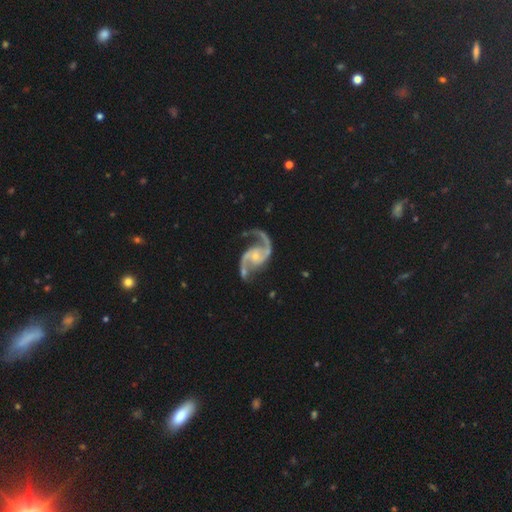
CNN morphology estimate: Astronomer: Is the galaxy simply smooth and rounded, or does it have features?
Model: featured or disk — 94%.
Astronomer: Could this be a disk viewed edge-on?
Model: no — 98%.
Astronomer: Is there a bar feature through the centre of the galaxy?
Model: no — 56% (runner-up: weak, 32%).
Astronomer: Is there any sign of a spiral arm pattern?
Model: yes — 98%.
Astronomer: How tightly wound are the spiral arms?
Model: medium — 49% (runner-up: loose, 42%).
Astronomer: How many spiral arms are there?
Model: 2 — 94%.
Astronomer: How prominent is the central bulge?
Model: small — 66%.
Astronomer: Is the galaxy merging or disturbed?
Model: none — 69%.